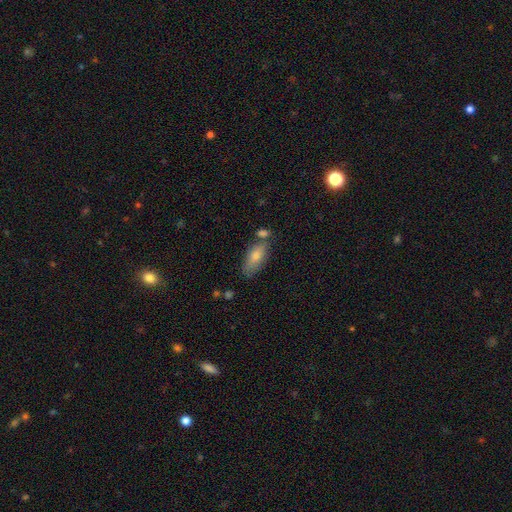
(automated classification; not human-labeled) Q: Smooth or featured?
A: smooth (72%); runner-up: featured or disk (20%)
Q: How rounded?
A: in between (80%); runner-up: cigar-shaped (17%)
Q: Merging?
A: none (65%); runner-up: minor disturbance (18%)